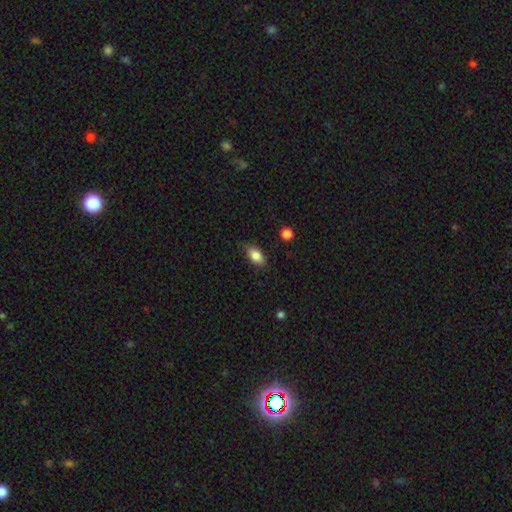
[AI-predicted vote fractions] A smooth galaxy with no disk features (85%) that is in between round and cigar-shaped (88%). Merging: none (79%).